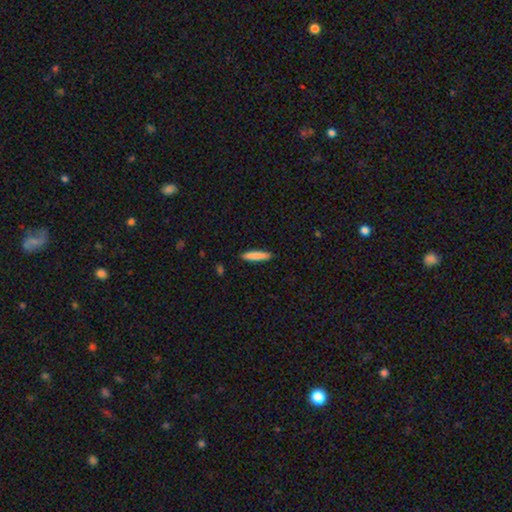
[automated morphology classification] Overall: smooth (84%). How rounded: cigar-shaped (89%). Merging: none (90%).